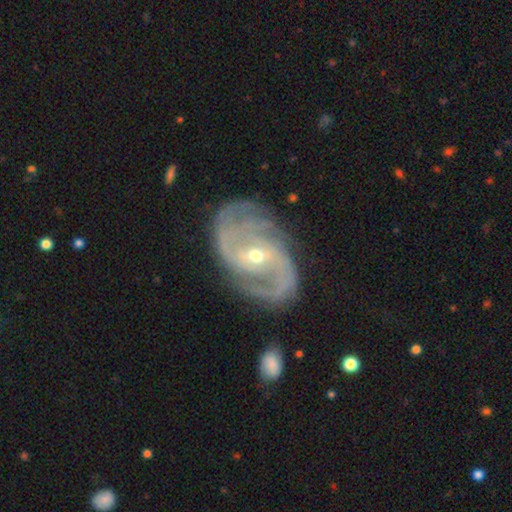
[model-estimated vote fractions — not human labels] Smooth or featured? featured or disk (91%)
Edge-on disk? no (97%)
Bar? weak (43%)
Spiral arms? yes (98%)
Spiral winding? medium (46%)
Spiral arm count? 2 (59%)
Bulge size? small (60%)
Merging? none (75%)